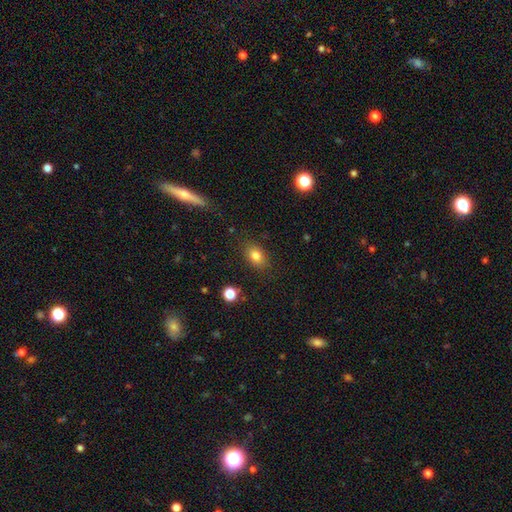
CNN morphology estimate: Q: Smooth or featured?
A: smooth (81%); runner-up: star or artifact (11%)
Q: How rounded?
A: in between (77%); runner-up: round (21%)
Q: Merging?
A: none (84%); runner-up: minor disturbance (11%)